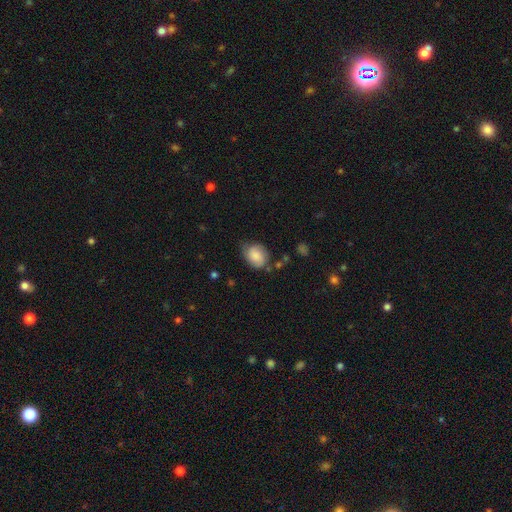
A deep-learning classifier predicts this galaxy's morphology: This is likely a smooth galaxy (75%). How rounded: possibly in between (58%). Merging: possibly none (59%).